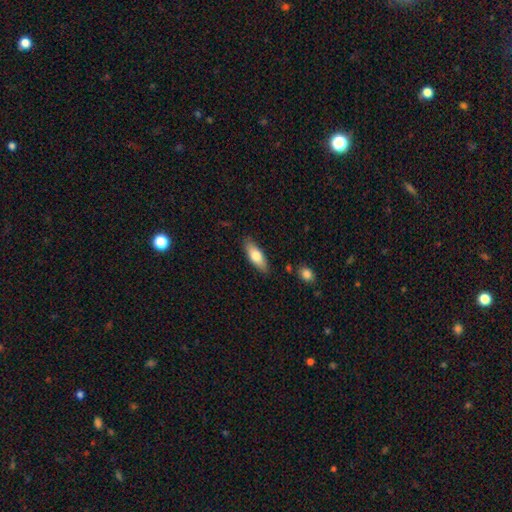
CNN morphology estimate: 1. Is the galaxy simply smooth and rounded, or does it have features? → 73% smooth, 21% featured or disk, 6% star or artifact.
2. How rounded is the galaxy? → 65% in between, 33% cigar-shaped, 2% round.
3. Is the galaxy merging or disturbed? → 84% none, 11% minor disturbance, 2% major disturbance, 2% merger.